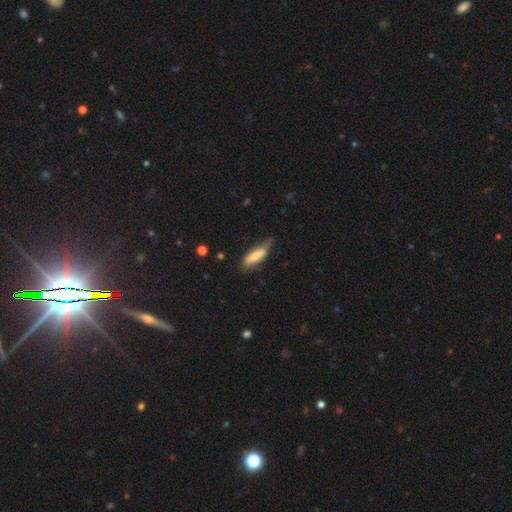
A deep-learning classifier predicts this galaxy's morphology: A smooth galaxy with no disk features (66%) that is in between round and cigar-shaped (50%). Merging: none (45%).